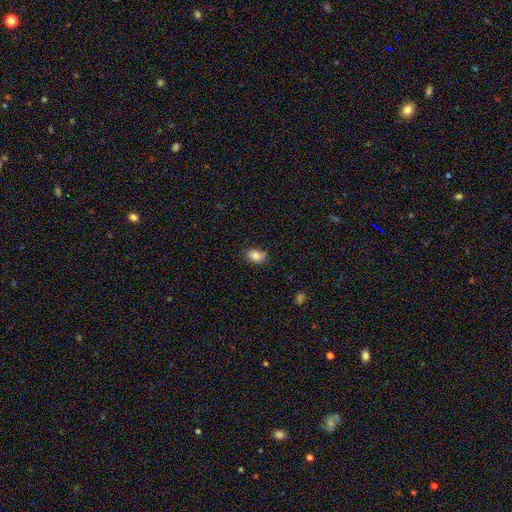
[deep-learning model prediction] A smooth galaxy with no disk features (86%) that is in between round and cigar-shaped (82%). Merging: none (83%).